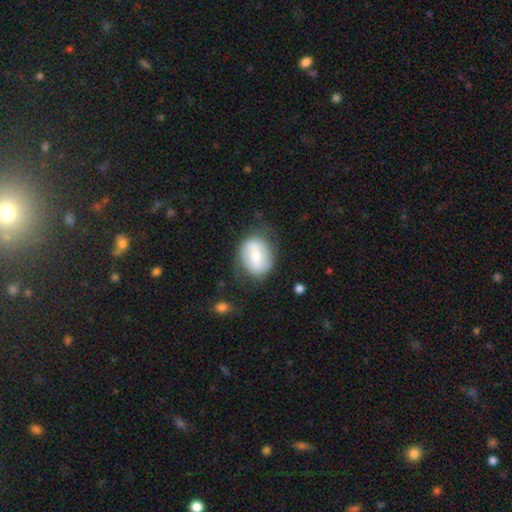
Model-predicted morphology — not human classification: This appears to be a smooth galaxy with no disk features (52%) that is in between round and cigar-shaped (57%). Merging: none (68%).